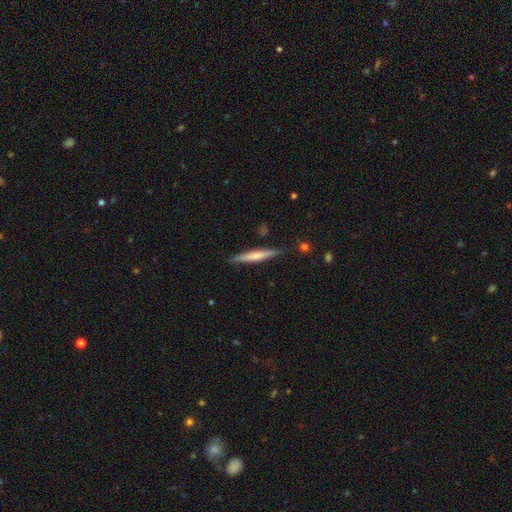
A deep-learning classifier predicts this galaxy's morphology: Smooth or featured?
  - smooth: 54% *
  - featured or disk: 40%
  - star or artifact: 6%
How rounded?
  - cigar-shaped: 94% *
  - in between: 5%
  - round: 1%
Merging?
  - none: 86% *
  - minor disturbance: 11%
  - major disturbance: 2%
  - merger: 2%